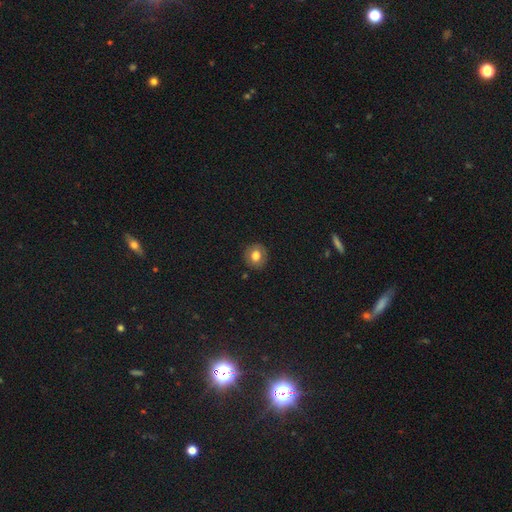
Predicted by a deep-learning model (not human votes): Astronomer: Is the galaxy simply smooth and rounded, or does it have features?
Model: smooth — 73%.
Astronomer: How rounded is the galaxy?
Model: round — 86%.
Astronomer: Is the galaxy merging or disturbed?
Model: none — 88%.